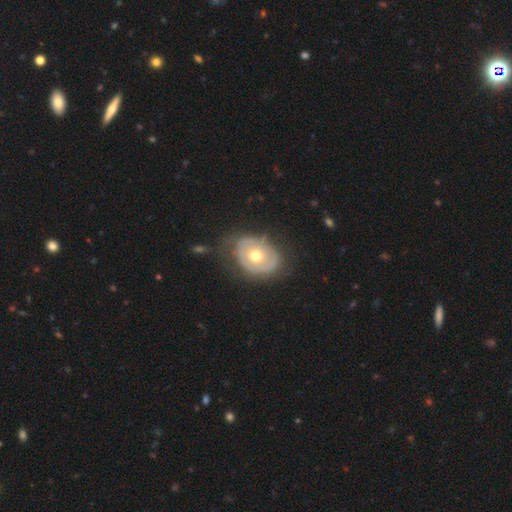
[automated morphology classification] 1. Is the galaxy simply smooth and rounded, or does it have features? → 58% featured or disk, 37% smooth, 6% star or artifact.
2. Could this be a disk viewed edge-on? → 94% no, 6% yes.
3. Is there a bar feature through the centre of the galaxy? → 88% no, 9% weak, 3% strong.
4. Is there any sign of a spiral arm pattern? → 66% no, 34% yes.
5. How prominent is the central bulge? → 75% moderate, 18% small, 6% large, 1% dominant, 1% none.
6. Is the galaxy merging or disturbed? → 64% none, 24% minor disturbance, 10% major disturbance, 2% merger.